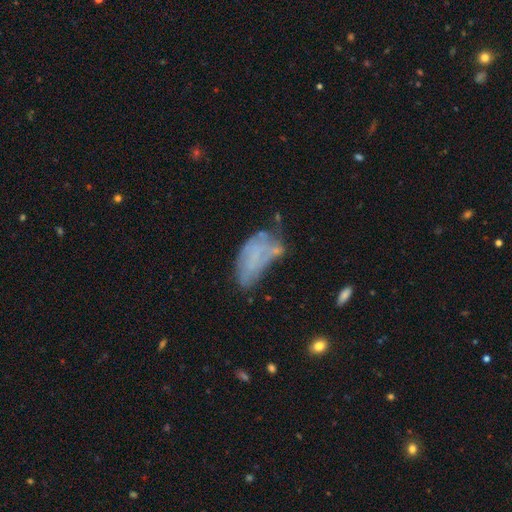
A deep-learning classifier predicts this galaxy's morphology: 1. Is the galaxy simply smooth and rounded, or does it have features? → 44% featured or disk, 43% smooth, 13% star or artifact.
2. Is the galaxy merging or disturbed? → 30% major disturbance (tied), 30% minor disturbance (tied), 29% none, 11% merger.